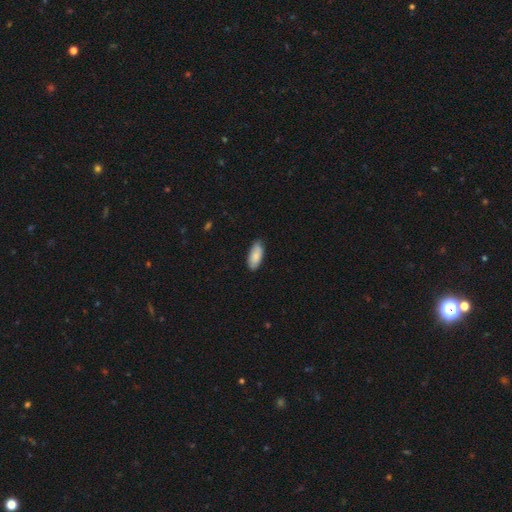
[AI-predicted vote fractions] Smooth or featured: smooth — 85% (featured or disk — 10%)
How rounded: in between — 84% (cigar-shaped — 14%)
Merging: none — 85% (minor disturbance — 12%)